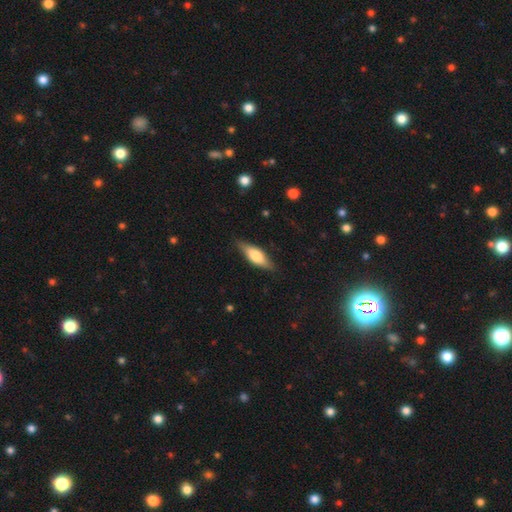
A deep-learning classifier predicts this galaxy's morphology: Q: Smooth or featured?
A: smooth (54%); runner-up: featured or disk (40%)
Q: How rounded?
A: in between (58%); runner-up: cigar-shaped (39%)
Q: Merging?
A: none (83%); runner-up: minor disturbance (14%)